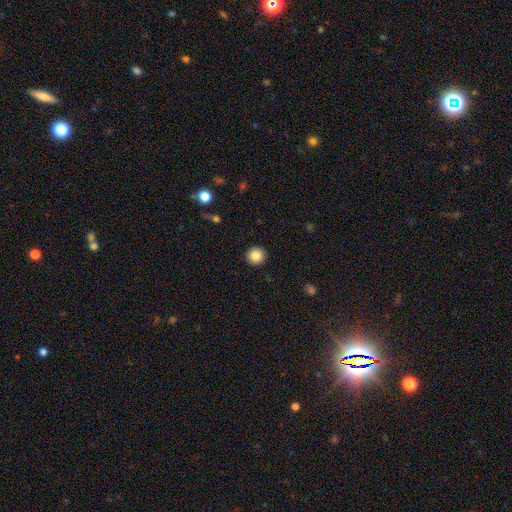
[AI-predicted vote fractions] This appears to be a smooth galaxy with no disk features (84%) that is round (94%). Merging: none (93%).